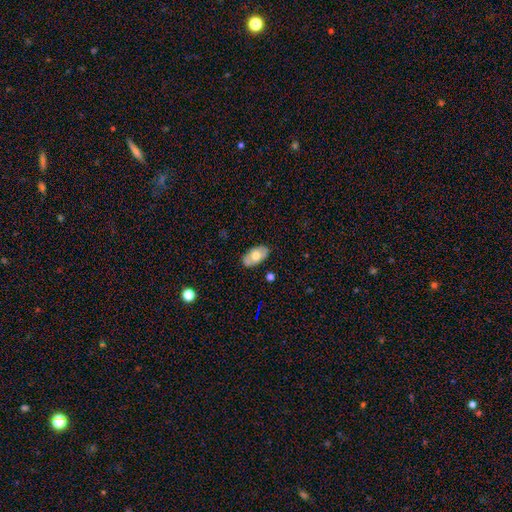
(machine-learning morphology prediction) This appears to be a smooth galaxy with no disk features (60%) that is in between round and cigar-shaped (93%). Merging: none (81%).